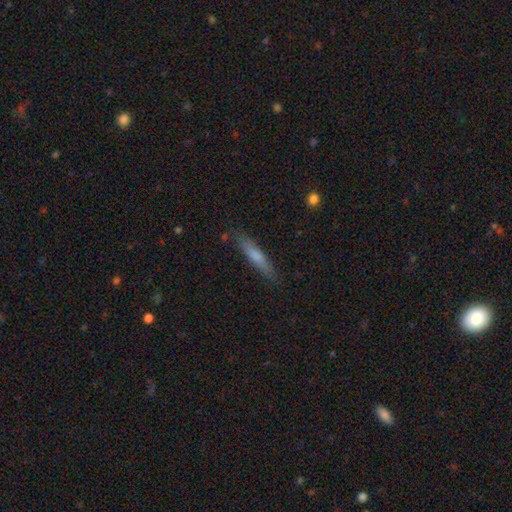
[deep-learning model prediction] Q: Smooth or featured?
A: smooth (67%); runner-up: featured or disk (27%)
Q: How rounded?
A: cigar-shaped (89%); runner-up: in between (9%)
Q: Merging?
A: none (85%); runner-up: minor disturbance (11%)